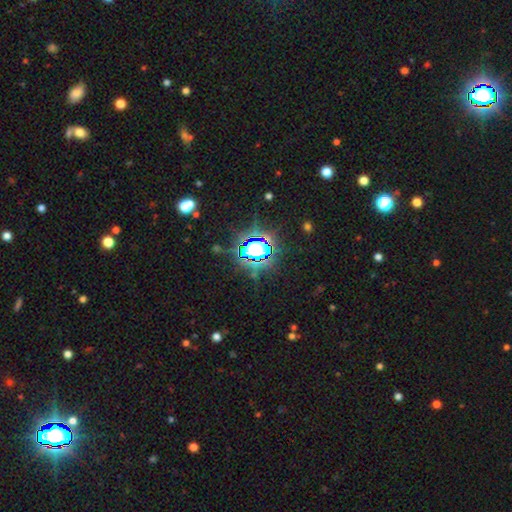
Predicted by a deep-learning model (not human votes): Q: Smooth or featured?
A: star or artifact (75%); runner-up: smooth (15%)